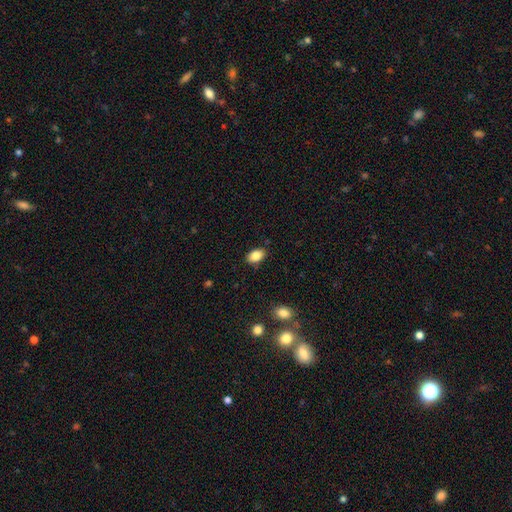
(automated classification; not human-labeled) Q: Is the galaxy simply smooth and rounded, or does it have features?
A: smooth — 85%.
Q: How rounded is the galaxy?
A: in between — 89%.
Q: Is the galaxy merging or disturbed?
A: none — 86%.